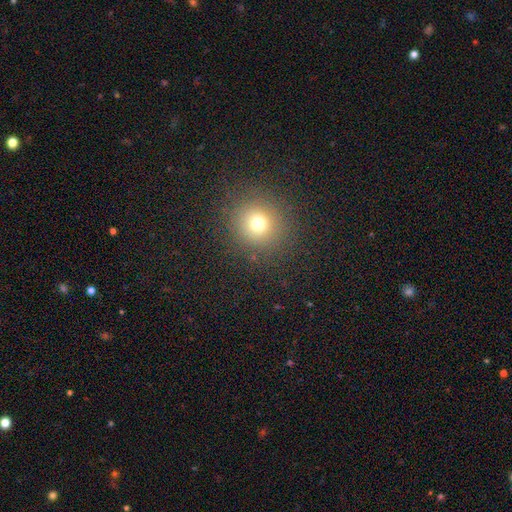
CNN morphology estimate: smooth-or-featured: smooth: 68% | star or artifact: 25% | featured or disk: 6%
  how-rounded: round: 92% | in between: 7% | cigar-shaped: 1%
  merging: none: 93% | minor disturbance: 4% | major disturbance: 2% | merger: 1%